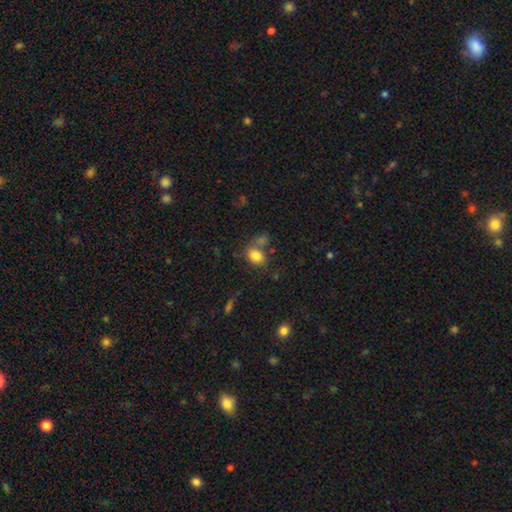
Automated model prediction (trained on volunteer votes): smooth 82%, star or artifact 10%, featured or disk 8%. Down the decision tree: how rounded — in between (59%); merging — none (57%).